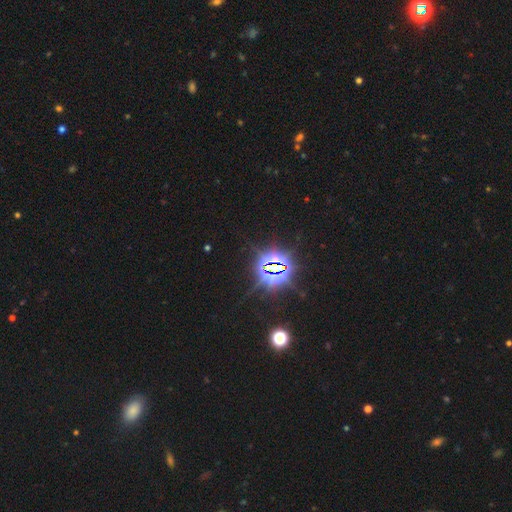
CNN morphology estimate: Smooth or featured?
  - star or artifact: 84% *
  - smooth: 10%
  - featured or disk: 6%